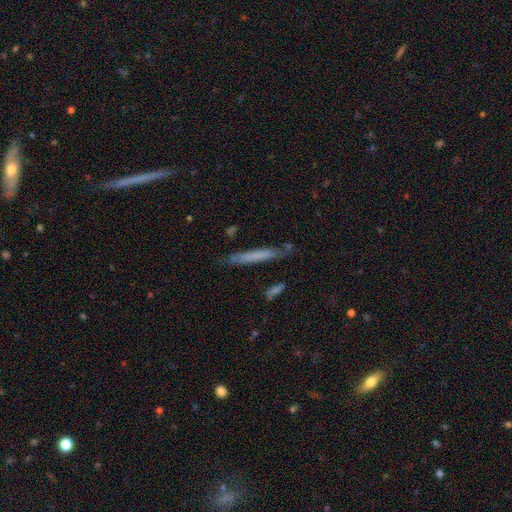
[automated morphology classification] A smooth galaxy with no disk features (60%) that is cigar-shaped (95%). Merging: none (79%).